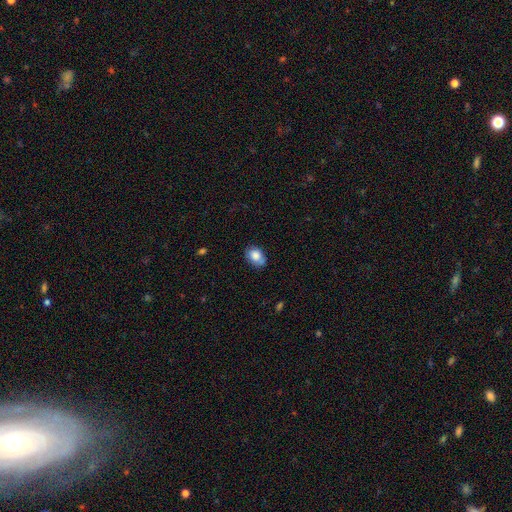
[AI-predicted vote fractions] Smooth or featured: smooth — 81% (featured or disk — 11%)
How rounded: in between — 79% (round — 20%)
Merging: none — 73% (minor disturbance — 22%)